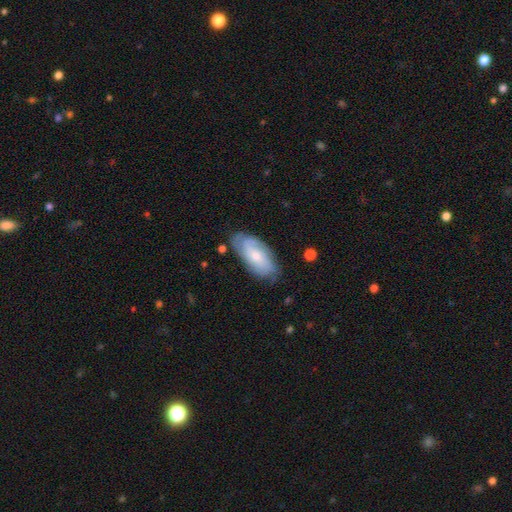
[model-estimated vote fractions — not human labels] Q: Smooth or featured?
A: featured or disk (57%); runner-up: smooth (37%)
Q: Edge-on disk?
A: no (91%); runner-up: yes (9%)
Q: Bar?
A: no (67%); runner-up: weak (28%)
Q: Spiral arms?
A: yes (86%); runner-up: no (14%)
Q: Bulge size?
A: small (49%); runner-up: moderate (43%)
Q: Merging?
A: none (73%); runner-up: minor disturbance (21%)